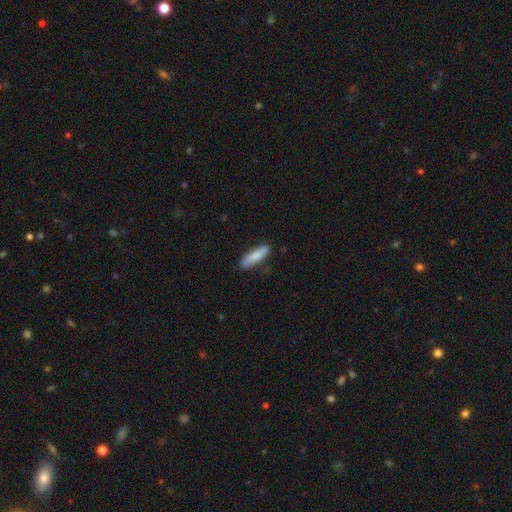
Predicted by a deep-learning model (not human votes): The model was most divided on "how rounded": cigar-shaped: 70%, in between: 28%, round: 2%. More confident: merging — none (83%); smooth or featured — smooth (81%).